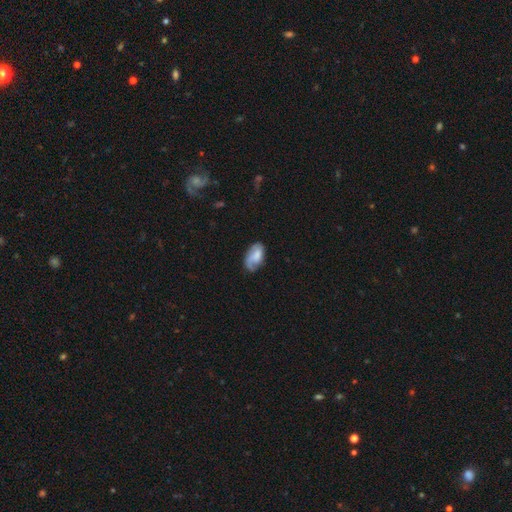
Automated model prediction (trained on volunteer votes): Smooth or featured? Predicted: smooth (p=0.58). How rounded? Predicted: in between (p=0.92). Merging? Predicted: none (p=0.57).